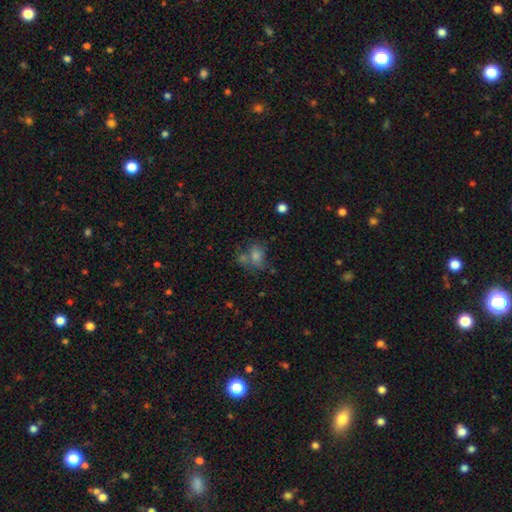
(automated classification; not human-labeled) This appears to be a smooth galaxy with no disk features (61%) that is in between round and cigar-shaped (54%). Merging: none (45%).